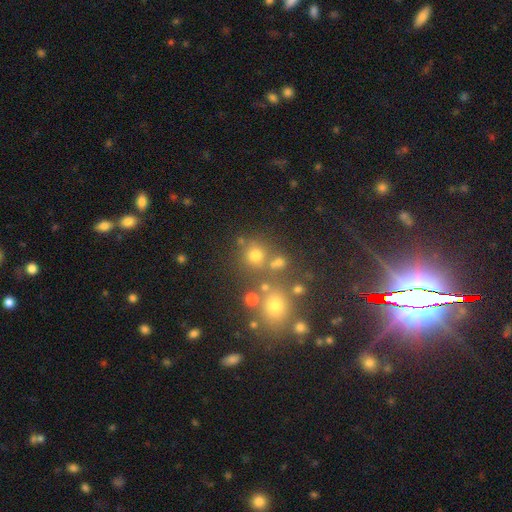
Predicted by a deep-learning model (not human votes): Smooth or featured: smooth — 66% (star or artifact — 24%)
How rounded: round — 87% (in between — 12%)
Merging: none — 70% (merger — 16%)